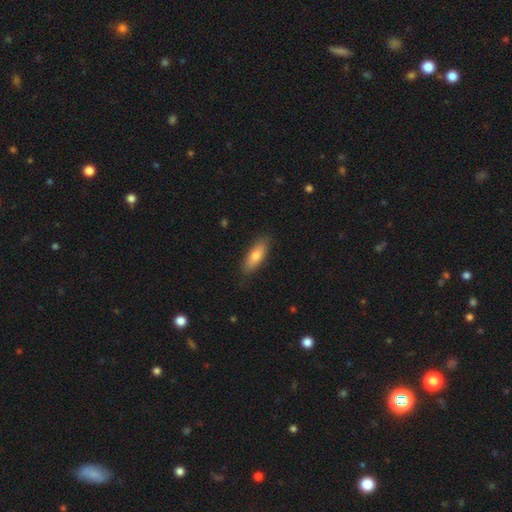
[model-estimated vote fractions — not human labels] The model was most divided on "how rounded": in between: 63%, cigar-shaped: 35%, round: 2%. More confident: merging — none (84%); smooth or featured — smooth (76%).